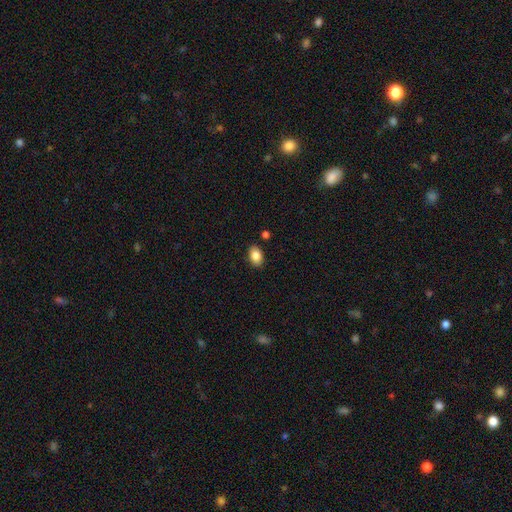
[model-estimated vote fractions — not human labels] Smooth or featured?
  - smooth: 86% *
  - star or artifact: 8%
  - featured or disk: 7%
How rounded?
  - in between: 88% *
  - round: 11%
  - cigar-shaped: 1%
Merging?
  - none: 86% *
  - minor disturbance: 9%
  - merger: 2%
  - major disturbance: 2%